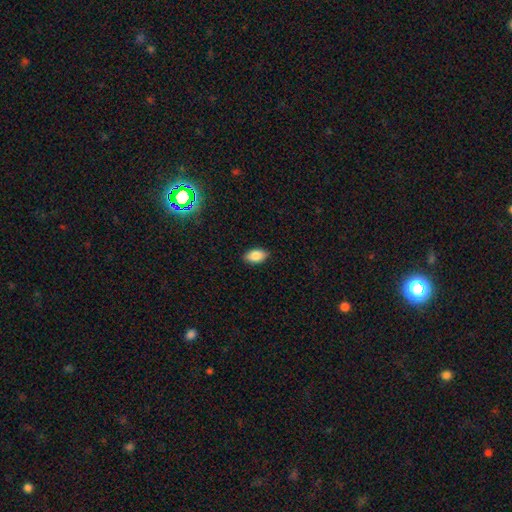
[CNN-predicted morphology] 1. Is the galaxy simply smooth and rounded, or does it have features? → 85% smooth, 8% star or artifact, 7% featured or disk.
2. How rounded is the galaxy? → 92% in between, 5% round, 2% cigar-shaped.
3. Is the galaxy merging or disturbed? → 88% none, 9% minor disturbance, 2% major disturbance, 1% merger.